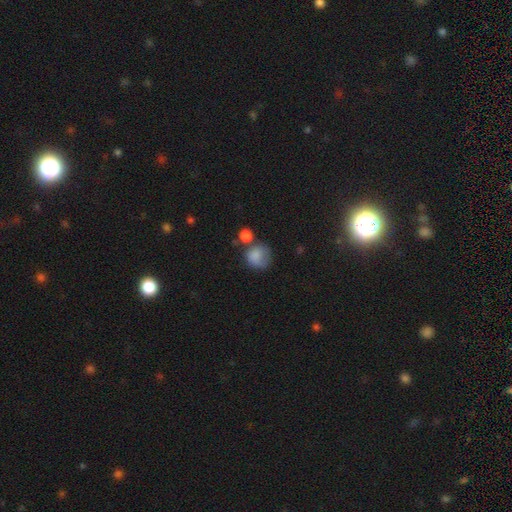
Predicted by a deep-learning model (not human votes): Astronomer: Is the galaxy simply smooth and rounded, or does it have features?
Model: smooth — 80%.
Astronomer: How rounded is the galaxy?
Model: round — 79%.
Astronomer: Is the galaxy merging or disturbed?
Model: none — 44% (runner-up: minor disturbance, 24%).